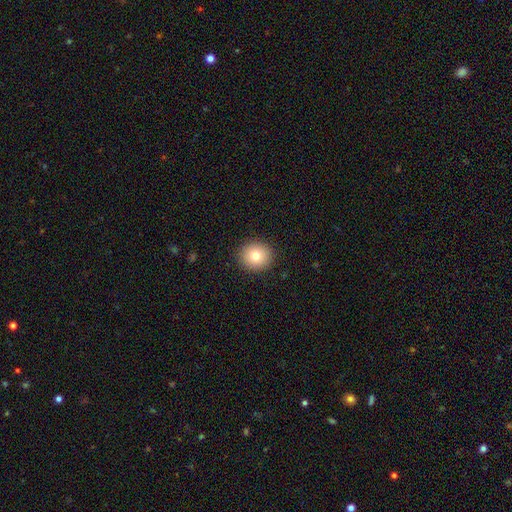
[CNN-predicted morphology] smooth-or-featured: smooth: 78% | featured or disk: 11% | star or artifact: 11%
  how-rounded: round: 87% | in between: 12% | cigar-shaped: 1%
  merging: none: 91% | minor disturbance: 6% | major disturbance: 2% | merger: 1%